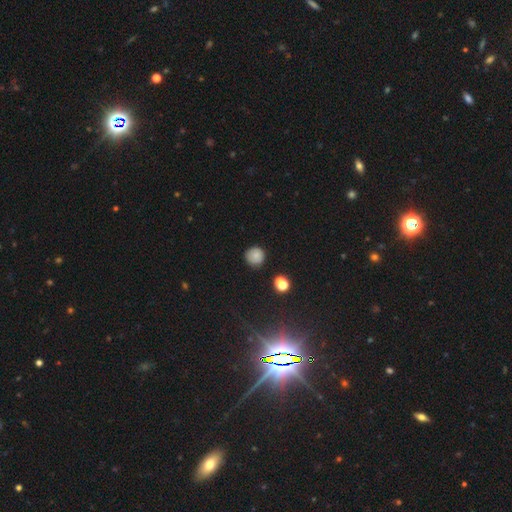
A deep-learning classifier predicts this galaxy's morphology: Smooth or featured?
  - smooth: 81% *
  - star or artifact: 12%
  - featured or disk: 7%
How rounded?
  - round: 93% *
  - in between: 6%
  - cigar-shaped: 1%
Merging?
  - none: 85% *
  - minor disturbance: 10%
  - major disturbance: 2%
  - merger: 2%